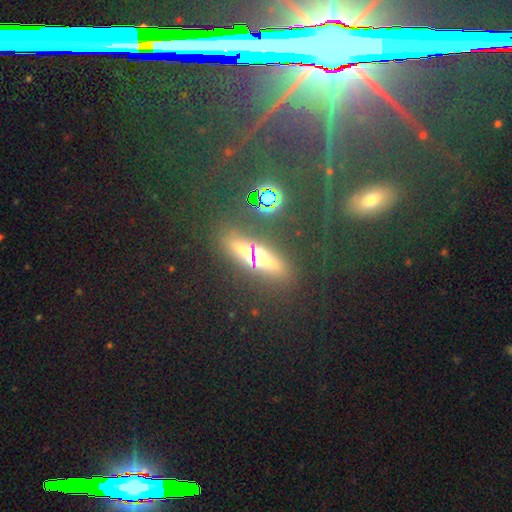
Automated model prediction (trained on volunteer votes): Smooth or featured: featured or disk — 40% (star or artifact — 31%)
Merging: none — 81% (minor disturbance — 9%)